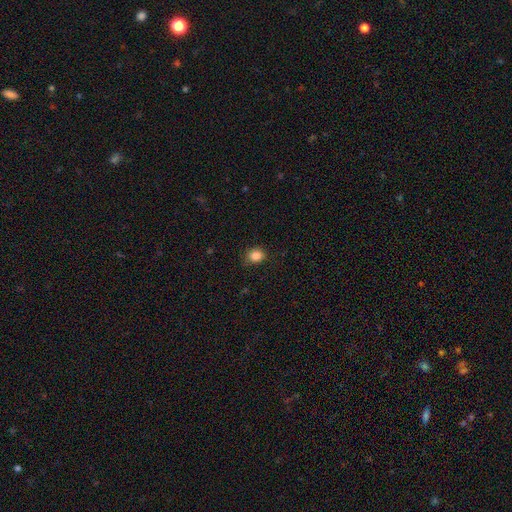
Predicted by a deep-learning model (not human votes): Morphology: type=smooth (85%); roundness=round (71%); merging=none (77%).